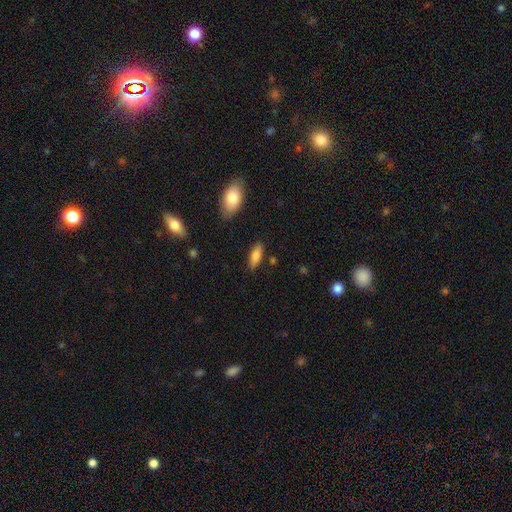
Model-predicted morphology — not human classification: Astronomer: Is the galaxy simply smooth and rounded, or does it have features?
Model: smooth — 80%.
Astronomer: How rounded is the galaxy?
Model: in between — 67%.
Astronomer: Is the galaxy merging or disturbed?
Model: none — 83%.